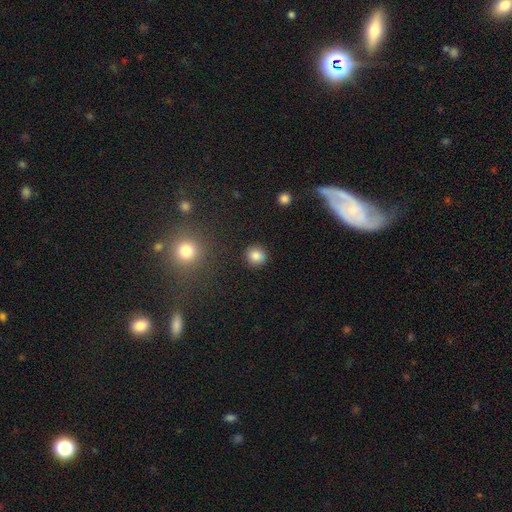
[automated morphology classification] Q: Smooth or featured?
A: smooth (84%); runner-up: star or artifact (11%)
Q: How rounded?
A: round (90%); runner-up: in between (9%)
Q: Merging?
A: none (90%); runner-up: minor disturbance (6%)